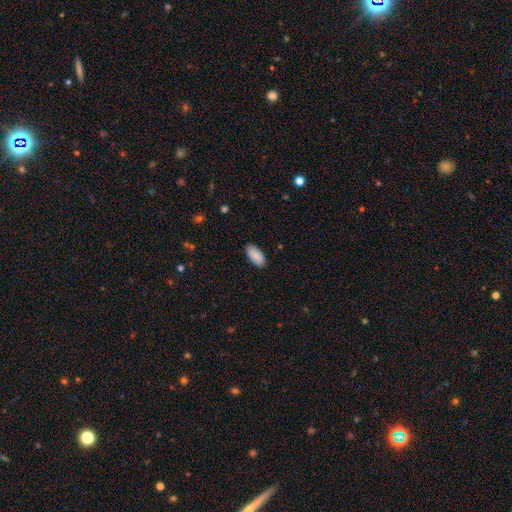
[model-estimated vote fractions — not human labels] Smooth or featured: smooth — 90% (star or artifact — 6%)
How rounded: in between — 93% (cigar-shaped — 6%)
Merging: none — 88% (minor disturbance — 9%)